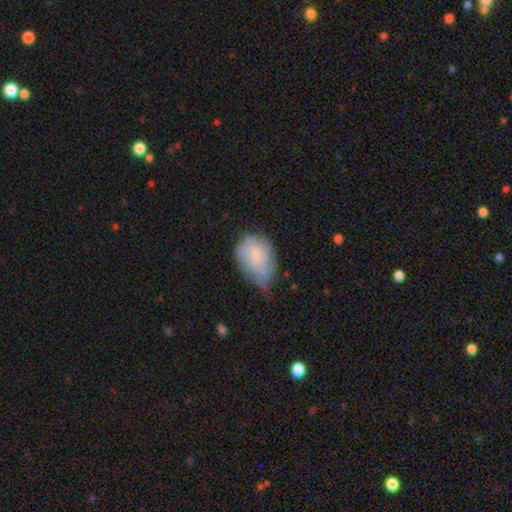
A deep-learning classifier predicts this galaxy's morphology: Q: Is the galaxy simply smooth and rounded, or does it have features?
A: featured or disk — 48%.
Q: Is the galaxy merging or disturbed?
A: none — 45%.